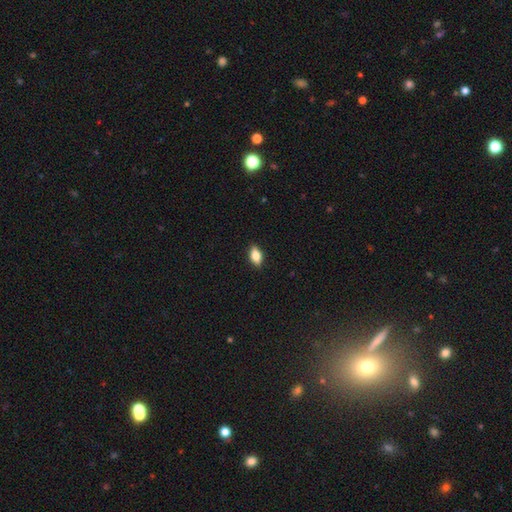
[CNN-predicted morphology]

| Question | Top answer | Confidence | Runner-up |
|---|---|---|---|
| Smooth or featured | smooth | 74% | featured or disk (18%) |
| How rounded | in between | 86% | cigar-shaped (8%) |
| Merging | none | 88% | minor disturbance (9%) |